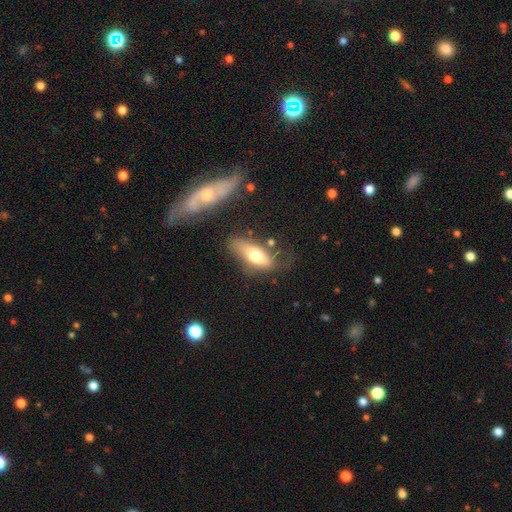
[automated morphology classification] smooth_or_featured: smooth (p=0.63) [alt: featured or disk p=0.29]
how_rounded: in between (p=0.75) [alt: cigar-shaped p=0.21]
merging: none (p=0.45) [alt: minor disturbance p=0.27]